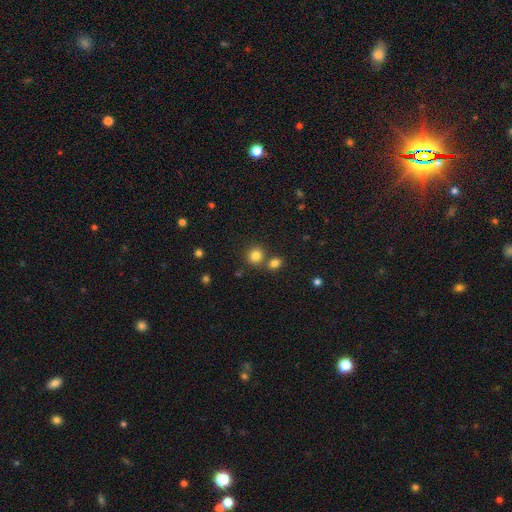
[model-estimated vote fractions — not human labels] A smooth galaxy with no disk features (81%) that is round (81%). Merging: none (66%).